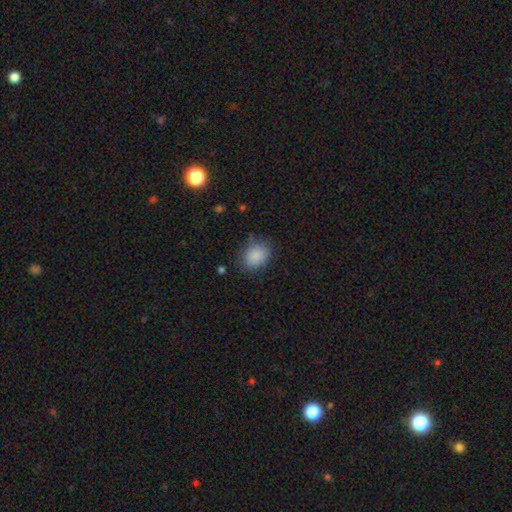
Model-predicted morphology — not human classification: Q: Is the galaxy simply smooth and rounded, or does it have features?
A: smooth — 86%.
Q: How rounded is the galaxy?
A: in between — 65%.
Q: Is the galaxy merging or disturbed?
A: none — 73%.